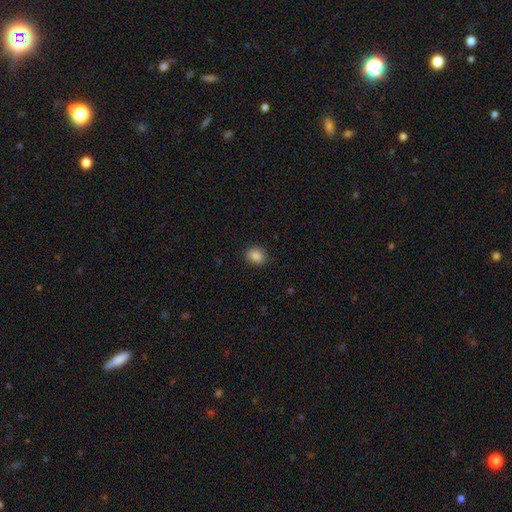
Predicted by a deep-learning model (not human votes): smooth_or_featured: smooth (p=0.85) [alt: star or artifact p=0.10]
how_rounded: round (p=0.57) [alt: in between p=0.42]
merging: none (p=0.86) [alt: minor disturbance p=0.10]